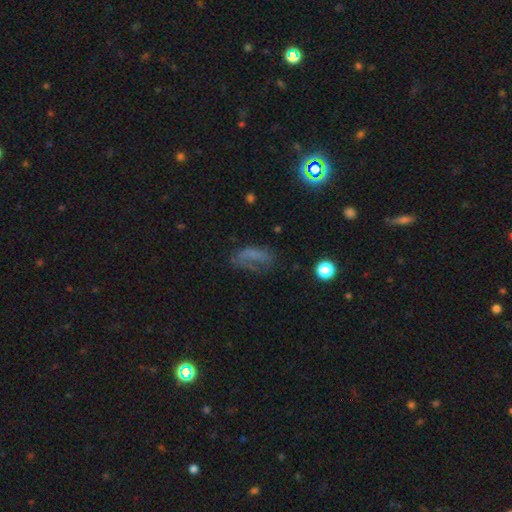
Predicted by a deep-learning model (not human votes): Smooth or featured? smooth (51%)
How rounded? in between (79%)
Merging? none (41%)